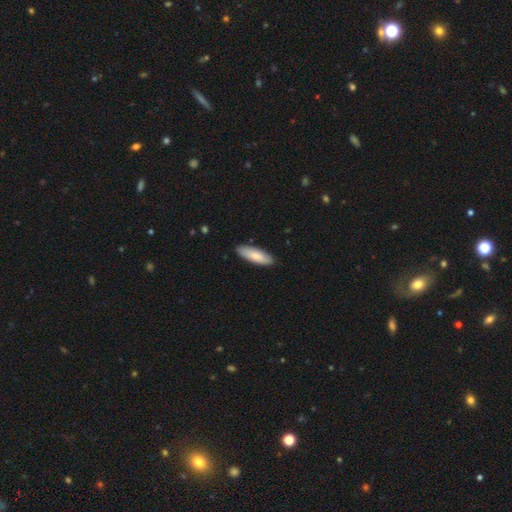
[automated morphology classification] Smooth or featured? Predicted: smooth (p=0.79). How rounded? Predicted: in between (p=0.57). Merging? Predicted: none (p=0.86).